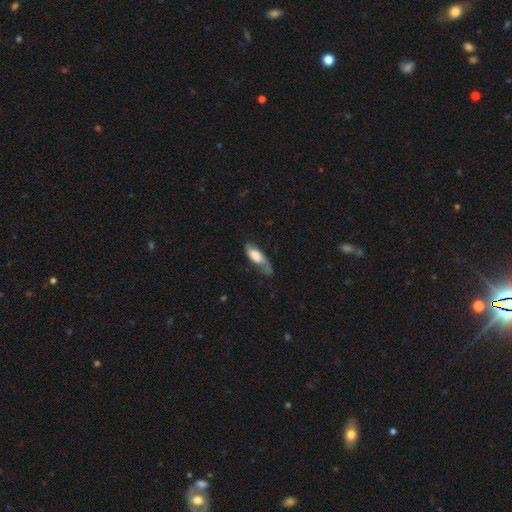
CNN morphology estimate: A smooth galaxy with no disk features (50%).

Vote fractions:
- Smooth or featured? smooth: 50% / featured or disk: 43% / star or artifact: 7%
- Merging? none: 43% / minor disturbance: 32% / major disturbance: 22% / merger: 3%